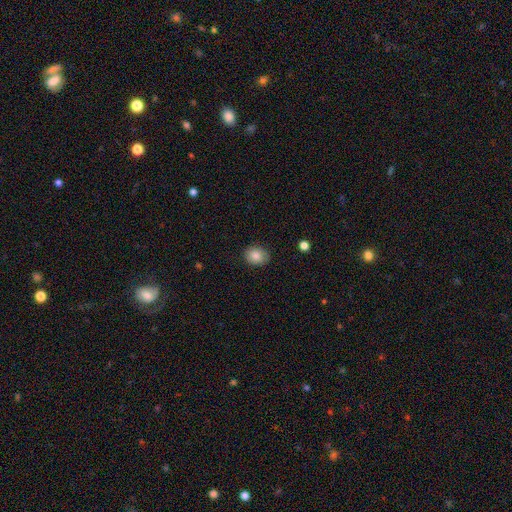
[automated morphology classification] This appears to be a smooth galaxy with no disk features (84%) that is in between round and cigar-shaped (54%). Merging: none (85%).